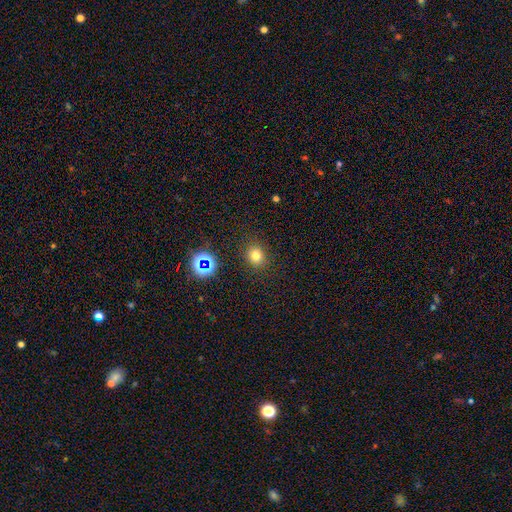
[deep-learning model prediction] Smooth or featured? Predicted: smooth (p=0.73). How rounded? Predicted: round (p=0.78). Merging? Predicted: none (p=0.87).